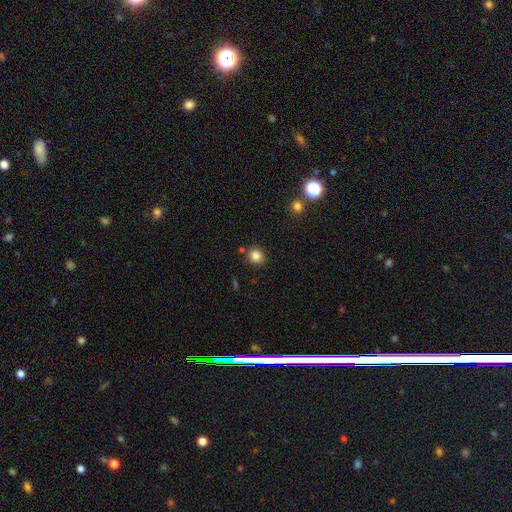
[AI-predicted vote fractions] smooth 85%, star or artifact 11%, featured or disk 5%. Down the decision tree: how rounded — round (76%); merging — none (83%).